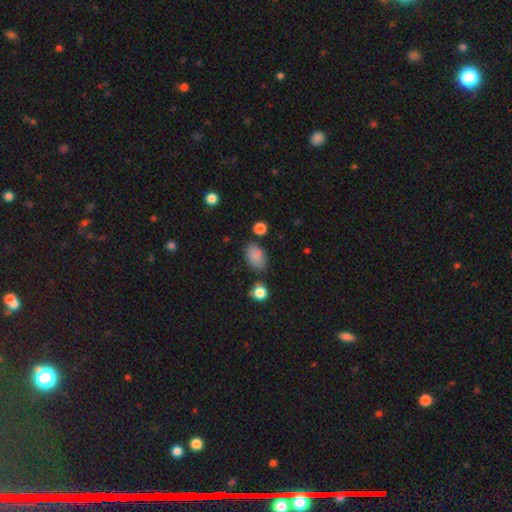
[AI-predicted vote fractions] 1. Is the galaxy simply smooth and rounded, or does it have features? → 83% smooth, 10% star or artifact, 6% featured or disk.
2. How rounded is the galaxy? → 86% in between, 12% round, 2% cigar-shaped.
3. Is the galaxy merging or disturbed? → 66% none, 22% minor disturbance, 7% merger, 6% major disturbance.